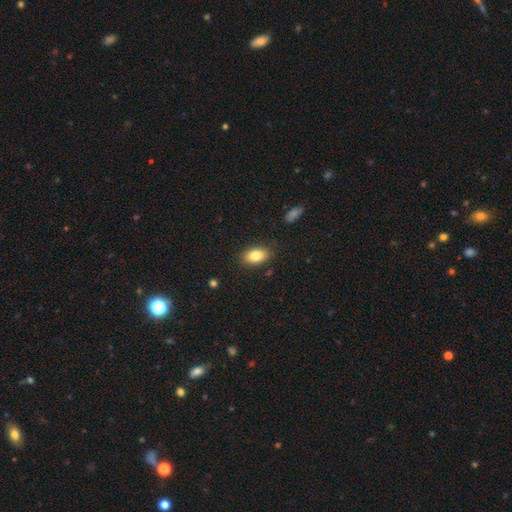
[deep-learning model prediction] The model was most divided on "smooth or featured": smooth: 82%, featured or disk: 10%, star or artifact: 8%. More confident: how rounded — in between (90%); merging — none (86%).